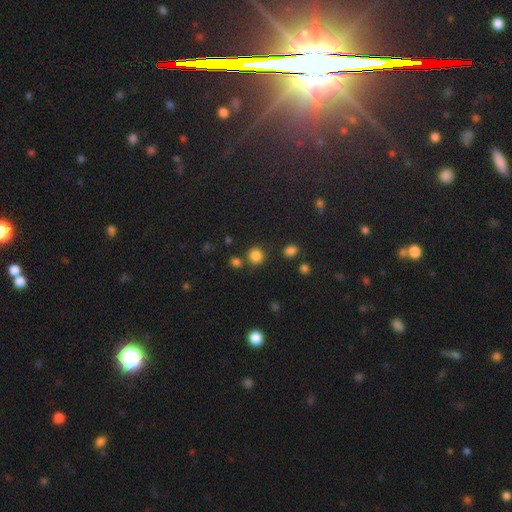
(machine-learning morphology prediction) Smooth or featured?
  - smooth: 82% *
  - star or artifact: 14%
  - featured or disk: 4%
How rounded?
  - round: 89% *
  - in between: 10%
  - cigar-shaped: 1%
Merging?
  - none: 79% *
  - merger: 9%
  - minor disturbance: 8%
  - major disturbance: 3%